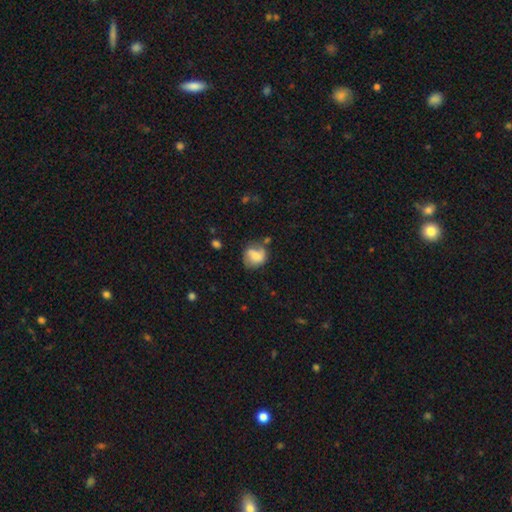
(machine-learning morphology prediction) The model was most divided on "smooth or featured": smooth: 51%, featured or disk: 41%, star or artifact: 9%. More confident: how rounded — round (72%); merging — none (57%).